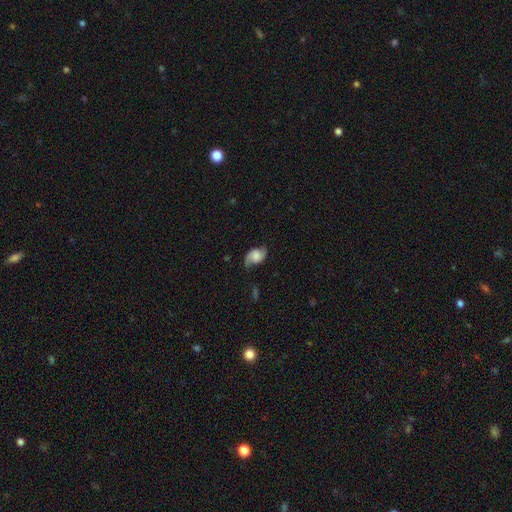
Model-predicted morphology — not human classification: Smooth or featured: featured or disk — 67% (smooth — 24%)
Edge-on disk: no — 97% (yes — 3%)
Bar: no — 65% (weak — 29%)
Spiral arms: yes — 94% (no — 6%)
Spiral winding: loose — 42% (medium — 40%)
Spiral arm count: 2 — 89% (1 — 4%)
Bulge size: moderate — 26% (none — 25%)
Merging: none — 71% (minor disturbance — 20%)